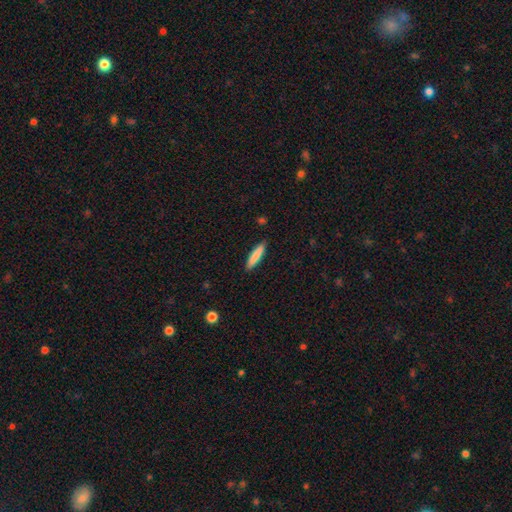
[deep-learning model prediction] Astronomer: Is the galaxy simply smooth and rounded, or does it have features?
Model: smooth — 82%.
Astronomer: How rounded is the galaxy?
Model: cigar-shaped — 87%.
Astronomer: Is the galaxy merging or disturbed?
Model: none — 89%.